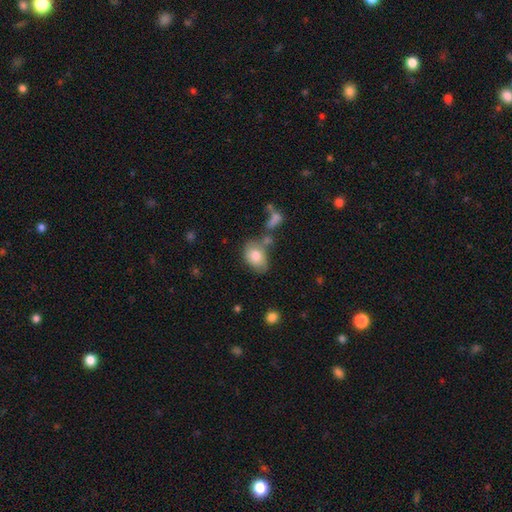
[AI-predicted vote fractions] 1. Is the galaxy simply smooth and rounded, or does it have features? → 78% smooth, 14% featured or disk, 8% star or artifact.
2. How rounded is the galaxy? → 77% in between, 22% round, 1% cigar-shaped.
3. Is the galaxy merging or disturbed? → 50% none, 23% minor disturbance, 18% merger, 9% major disturbance.